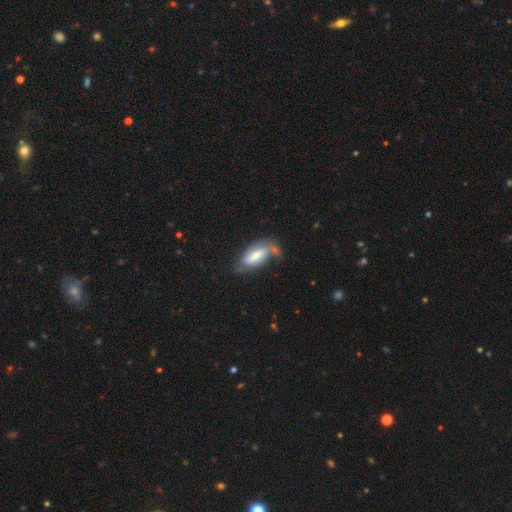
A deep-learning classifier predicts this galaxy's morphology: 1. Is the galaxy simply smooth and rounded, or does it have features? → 53% smooth, 40% featured or disk, 7% star or artifact.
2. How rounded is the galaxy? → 74% in between, 24% cigar-shaped, 2% round.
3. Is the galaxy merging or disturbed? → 45% none, 29% minor disturbance, 14% major disturbance, 11% merger.